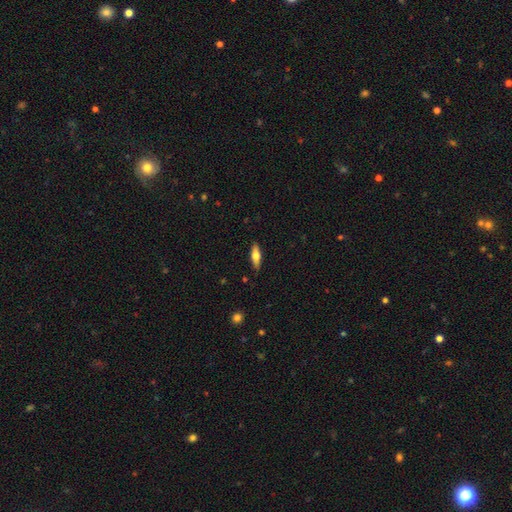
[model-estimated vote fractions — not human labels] Smooth or featured? Predicted: smooth (p=0.55). How rounded? Predicted: cigar-shaped (p=0.50). Merging? Predicted: none (p=0.86).